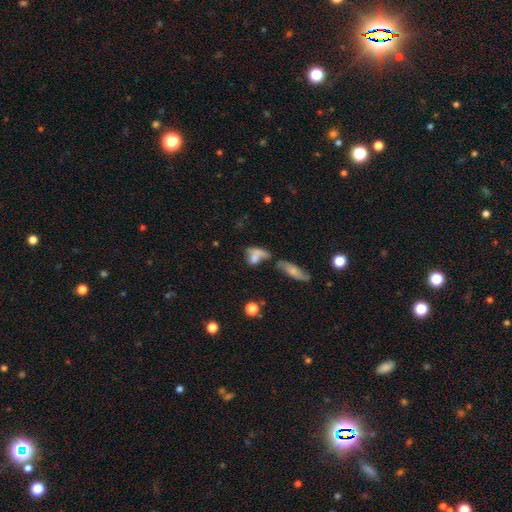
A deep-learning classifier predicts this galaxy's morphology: Q: Smooth or featured?
A: smooth (63%); runner-up: featured or disk (25%)
Q: How rounded?
A: in between (72%); runner-up: round (16%)
Q: Merging?
A: merger (46%); runner-up: none (23%)